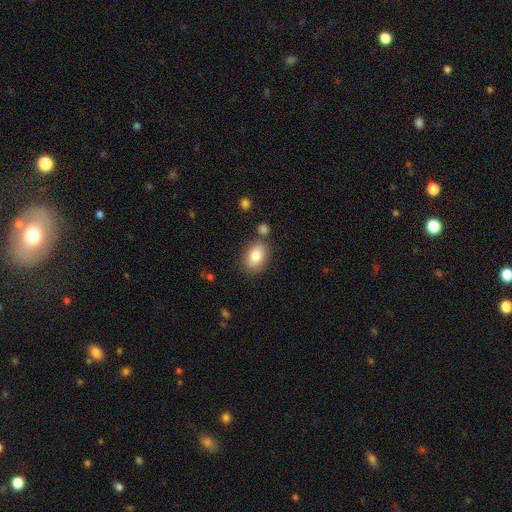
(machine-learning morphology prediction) Q: Smooth or featured?
A: smooth (82%); runner-up: featured or disk (10%)
Q: How rounded?
A: in between (86%); runner-up: round (13%)
Q: Merging?
A: none (75%); runner-up: minor disturbance (13%)